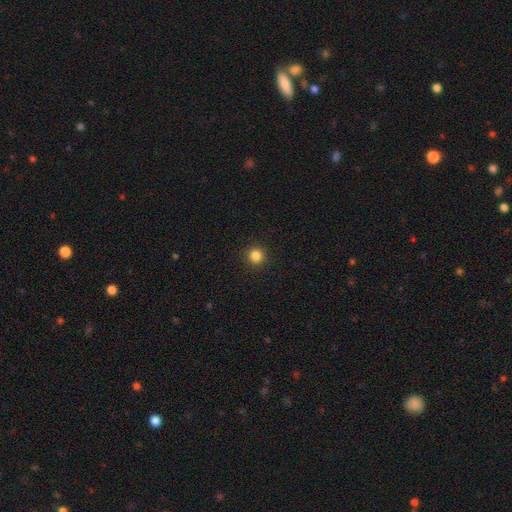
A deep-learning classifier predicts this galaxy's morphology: smooth-or-featured: smooth: 85% | star or artifact: 12% | featured or disk: 3%
  how-rounded: round: 94% | in between: 5% | cigar-shaped: 1%
  merging: none: 92% | minor disturbance: 5% | major disturbance: 2% | merger: 1%